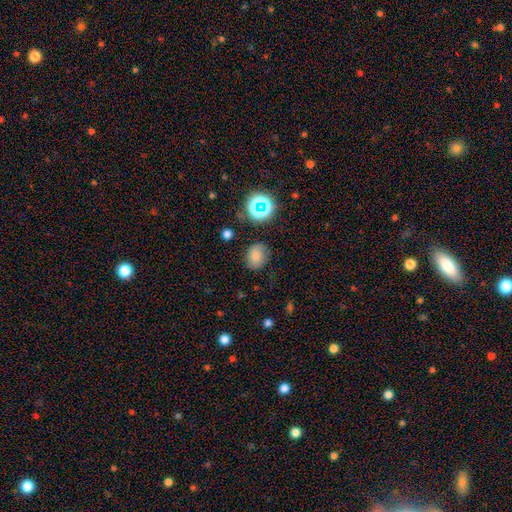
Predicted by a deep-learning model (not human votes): Q: Smooth or featured?
A: smooth (76%); runner-up: star or artifact (16%)
Q: How rounded?
A: round (52%); runner-up: in between (47%)
Q: Merging?
A: none (79%); runner-up: minor disturbance (15%)